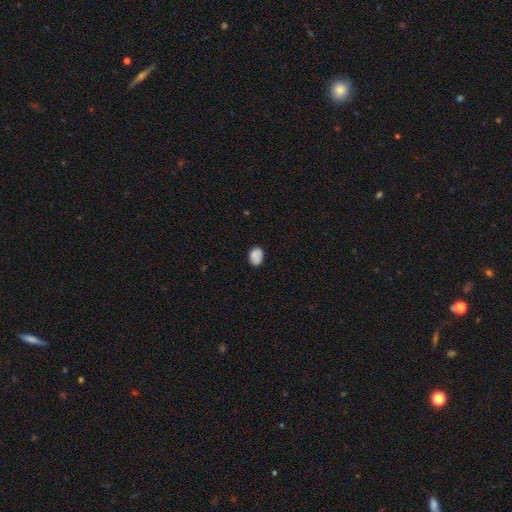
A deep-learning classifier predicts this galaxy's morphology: type=smooth (81%); roundness=in between (73%); merging=none (74%).